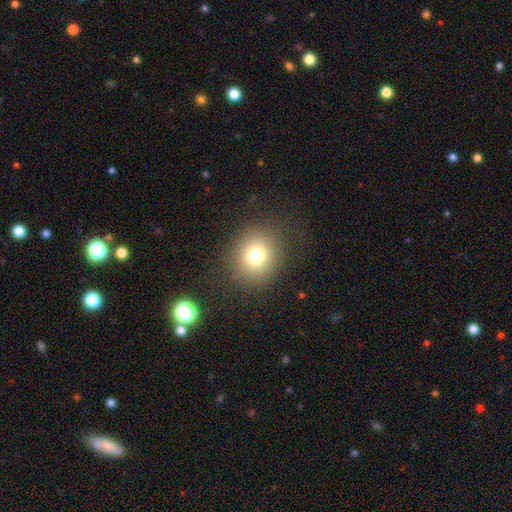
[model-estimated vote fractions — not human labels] The model was most divided on "how rounded": round: 76%, in between: 23%, cigar-shaped: 1%. More confident: merging — none (86%); smooth or featured — smooth (75%).